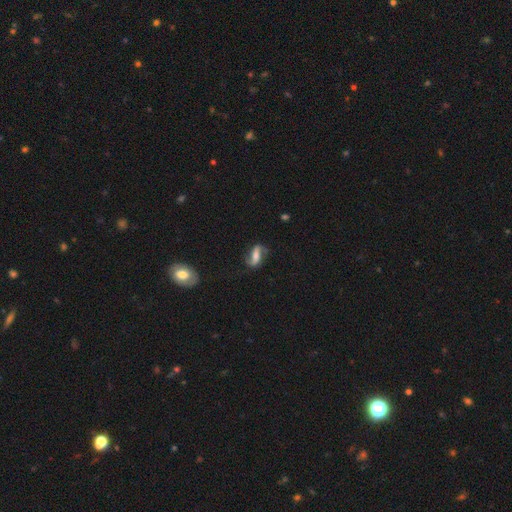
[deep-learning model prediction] Smooth or featured: featured or disk — 72% (smooth — 21%)
Edge-on disk: no — 92% (yes — 8%)
Bar: strong — 43% (weak — 34%)
Spiral arms: yes — 93% (no — 7%)
Spiral winding: loose — 67% (medium — 24%)
Spiral arm count: 2 — 90% (can't tell — 4%)
Bulge size: moderate — 37% (small — 31%)
Merging: none — 72% (minor disturbance — 18%)